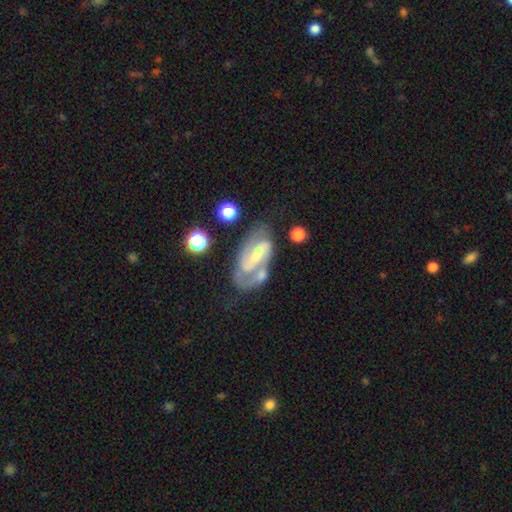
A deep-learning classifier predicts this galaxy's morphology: Overall: featured or disk (83%). Edge-on disk: no (96%). Bar: strong (43%; weak 37%). Spiral arms: yes (93%). Spiral arm count: 2 (83%). Spiral winding: medium (49%; tight 35%). Bulge size: small (60%; moderate 26%). Merging: none (55%; minor disturbance 20%).